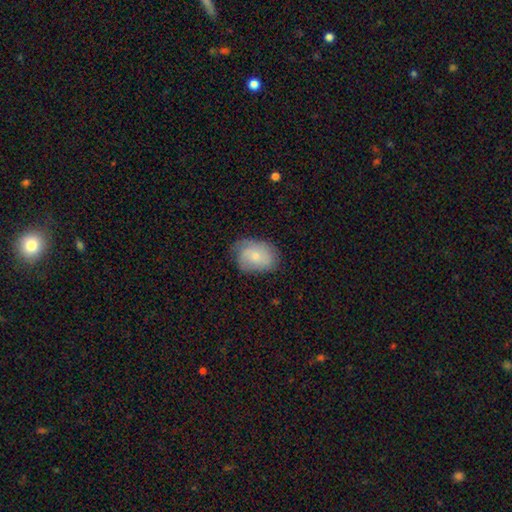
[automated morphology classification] A smooth galaxy with no disk features (58%) that is in between round and cigar-shaped (67%). Merging: none (60%).